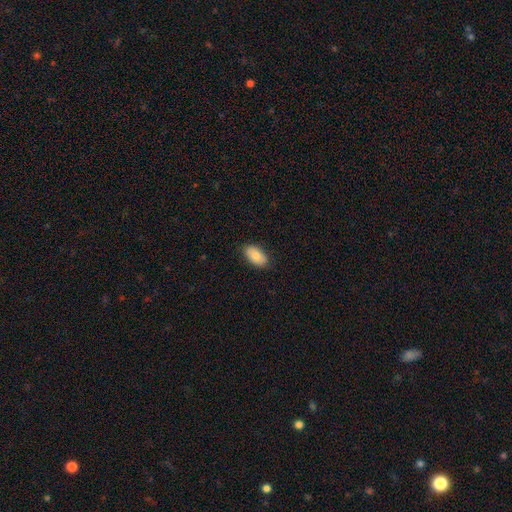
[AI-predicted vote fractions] A smooth galaxy with no disk features (81%) that is in between round and cigar-shaped (94%). Merging: none (85%).